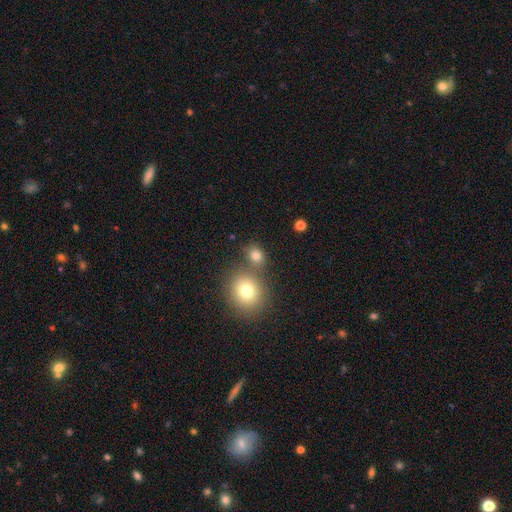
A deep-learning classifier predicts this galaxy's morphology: Q: Smooth or featured?
A: smooth (79%); runner-up: star or artifact (14%)
Q: How rounded?
A: round (65%); runner-up: in between (34%)
Q: Merging?
A: none (61%); runner-up: merger (25%)